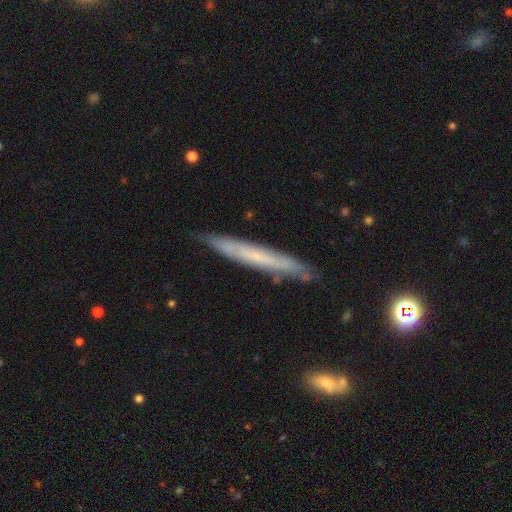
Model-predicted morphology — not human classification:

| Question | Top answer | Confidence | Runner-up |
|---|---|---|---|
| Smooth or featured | featured or disk | 49% | smooth (45%) |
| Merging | none | 82% | minor disturbance (14%) |